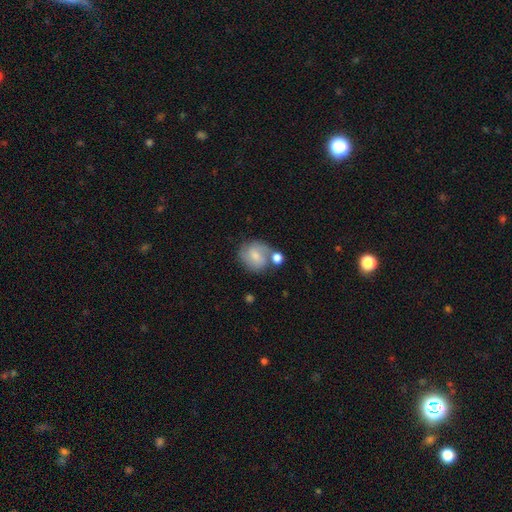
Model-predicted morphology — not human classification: Smooth or featured? smooth (58%)
How rounded? round (75%)
Merging? none (48%)